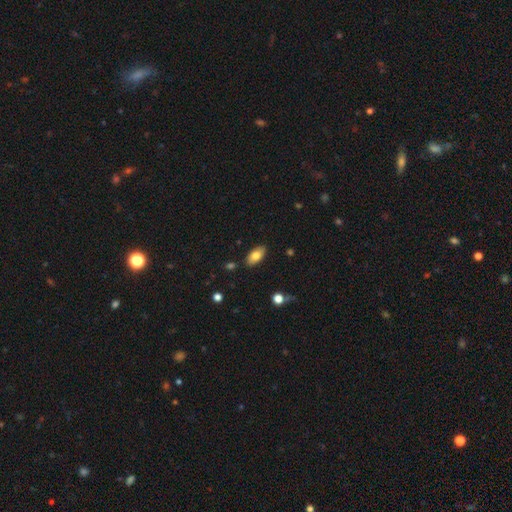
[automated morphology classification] The model was most divided on "smooth or featured": smooth: 78%, featured or disk: 14%, star or artifact: 7%. More confident: how rounded — in between (92%); merging — none (86%).